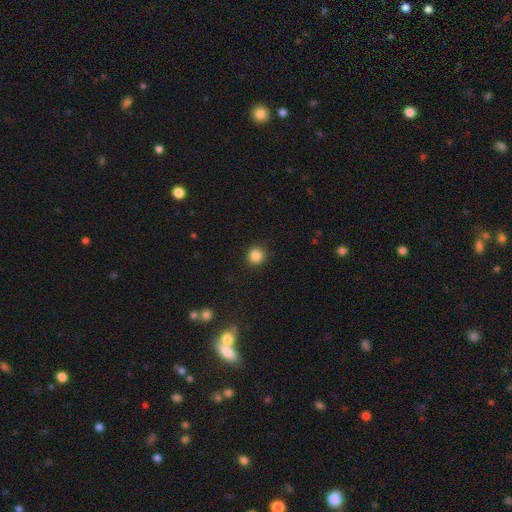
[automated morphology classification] Q: Smooth or featured?
A: smooth (86%); runner-up: star or artifact (11%)
Q: How rounded?
A: round (93%); runner-up: in between (6%)
Q: Merging?
A: none (91%); runner-up: minor disturbance (6%)